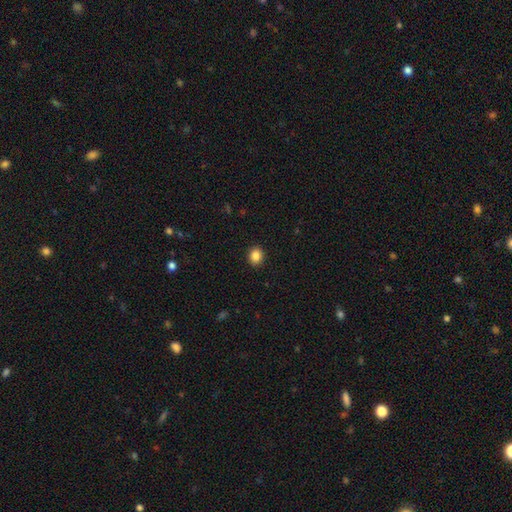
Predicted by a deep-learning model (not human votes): Smooth or featured?
  - smooth: 86% *
  - star or artifact: 10%
  - featured or disk: 4%
How rounded?
  - round: 69% *
  - in between: 30%
  - cigar-shaped: 1%
Merging?
  - none: 92% *
  - minor disturbance: 6%
  - major disturbance: 2%
  - merger: 1%